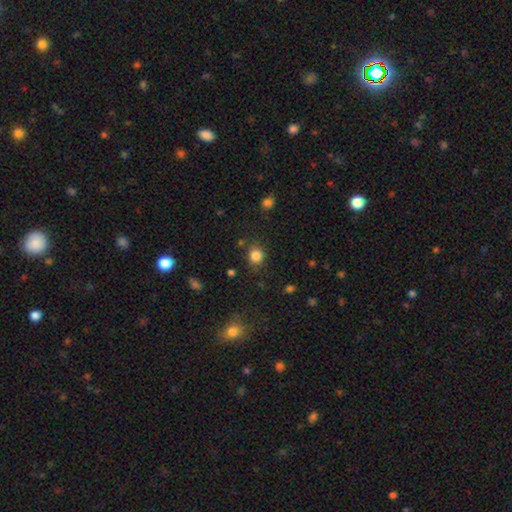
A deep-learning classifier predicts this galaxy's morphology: Smooth or featured: smooth — 83% (star or artifact — 12%)
How rounded: round — 82% (in between — 17%)
Merging: none — 82% (minor disturbance — 11%)